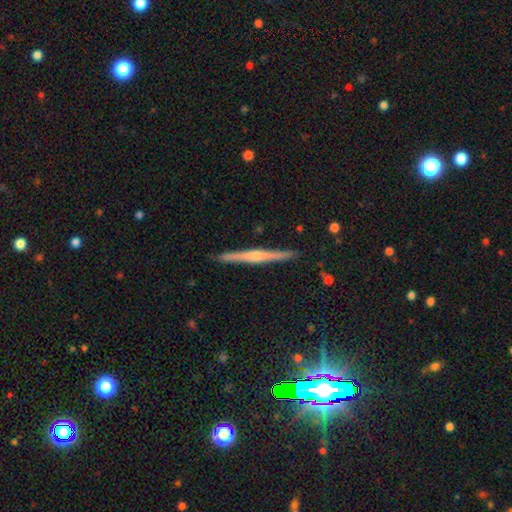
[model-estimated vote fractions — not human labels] This is likely a featured or disk galaxy (72%). It is clearly viewed edge-on (98%). Edge-on bulge: likely rounded (69%). Merging: clearly none (91%).